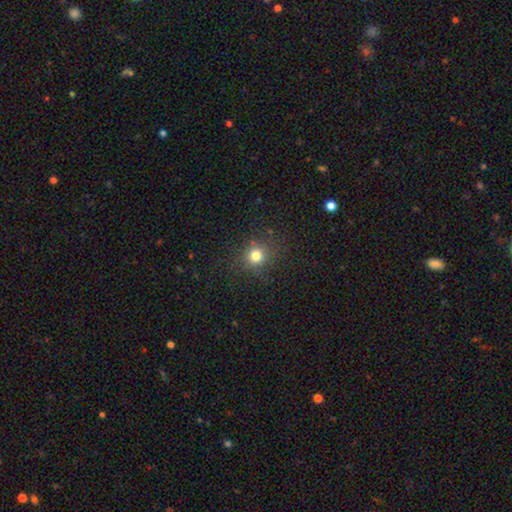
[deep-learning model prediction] Morphology: type=smooth (77%); roundness=round (87%); merging=none (85%).